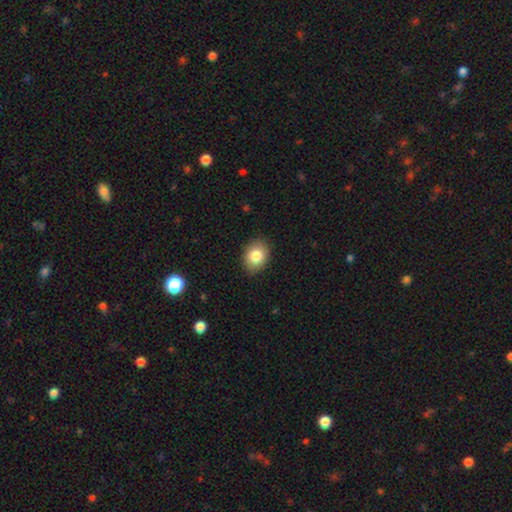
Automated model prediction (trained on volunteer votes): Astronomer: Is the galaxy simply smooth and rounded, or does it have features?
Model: smooth — 83%.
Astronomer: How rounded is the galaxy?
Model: in between — 64%.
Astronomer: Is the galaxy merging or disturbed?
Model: none — 88%.